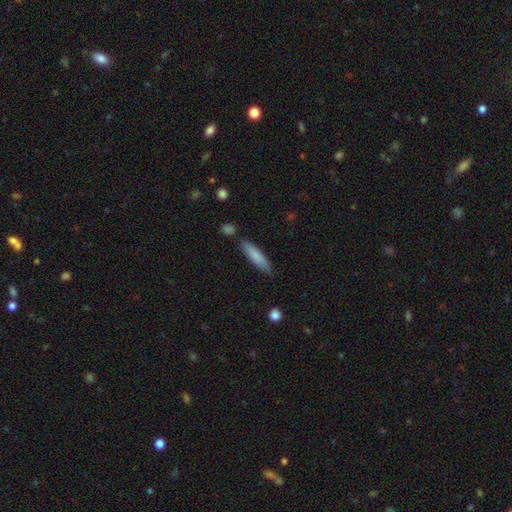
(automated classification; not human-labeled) Smooth or featured: smooth — 81% (featured or disk — 13%)
How rounded: cigar-shaped — 75% (in between — 24%)
Merging: none — 80% (minor disturbance — 14%)